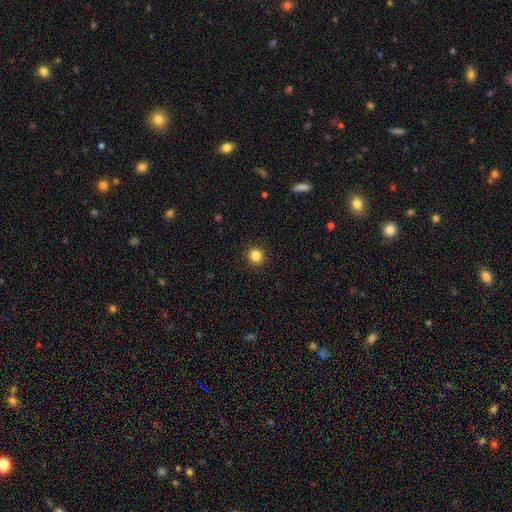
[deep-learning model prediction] The model was most divided on "smooth or featured": smooth: 85%, star or artifact: 11%, featured or disk: 4%. More confident: merging — none (92%); how rounded — round (91%).